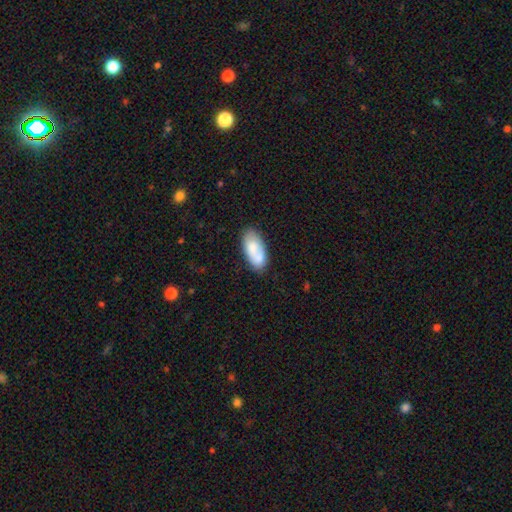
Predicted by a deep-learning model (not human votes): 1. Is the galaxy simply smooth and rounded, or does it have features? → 73% smooth, 21% featured or disk, 6% star or artifact.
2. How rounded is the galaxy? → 90% in between, 7% cigar-shaped, 3% round.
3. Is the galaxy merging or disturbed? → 61% none, 18% minor disturbance, 17% merger, 5% major disturbance.